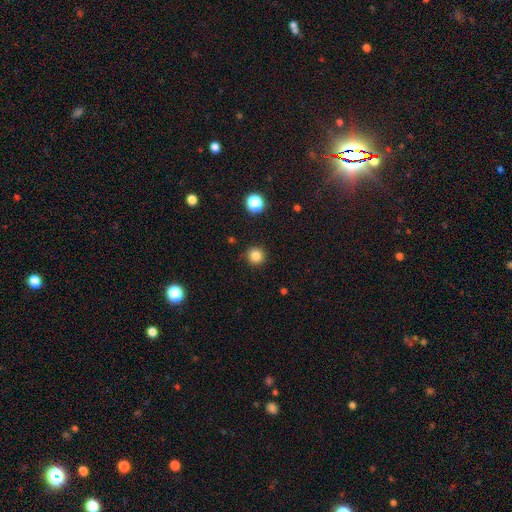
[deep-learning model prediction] The model was most divided on "smooth or featured": smooth: 83%, star or artifact: 12%, featured or disk: 4%. More confident: how rounded — round (95%); merging — none (90%).